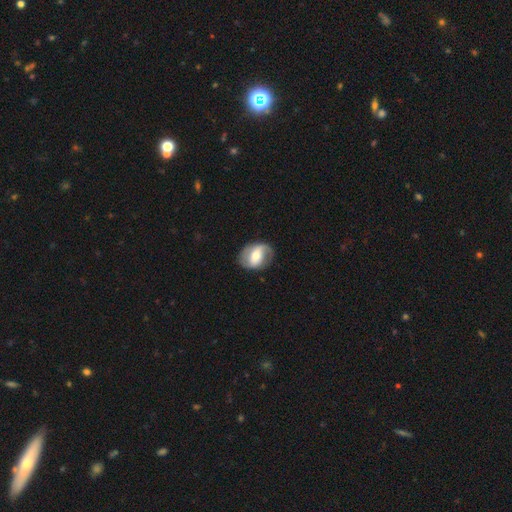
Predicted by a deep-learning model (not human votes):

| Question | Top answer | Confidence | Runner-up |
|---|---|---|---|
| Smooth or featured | featured or disk | 66% | smooth (28%) |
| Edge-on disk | no | 96% | yes (4%) |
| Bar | weak | 37% | strong (36%) |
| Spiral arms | yes | 77% | no (23%) |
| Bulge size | moderate | 63% | small (24%) |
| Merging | none | 78% | minor disturbance (15%) |